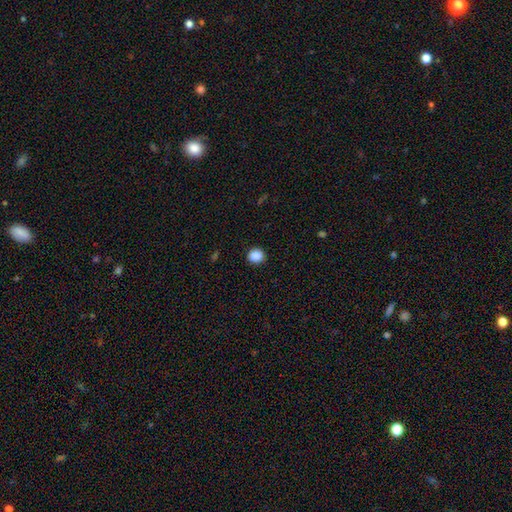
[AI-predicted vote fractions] Smooth or featured? Predicted: smooth (p=0.88). How rounded? Predicted: round (p=0.87). Merging? Predicted: none (p=0.90).